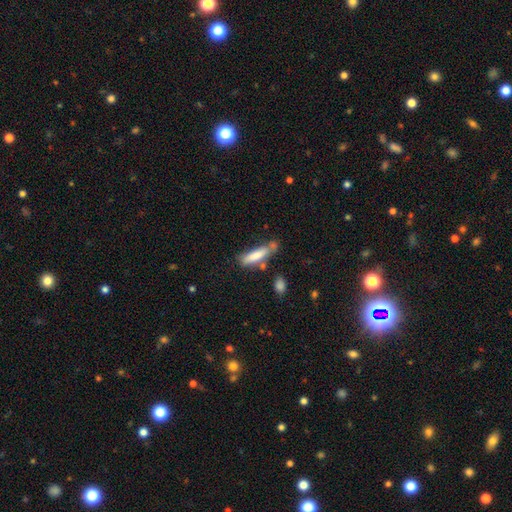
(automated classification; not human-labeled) This is likely a smooth galaxy (76%). How rounded: likely cigar-shaped (70%). Merging: possibly none (51%).